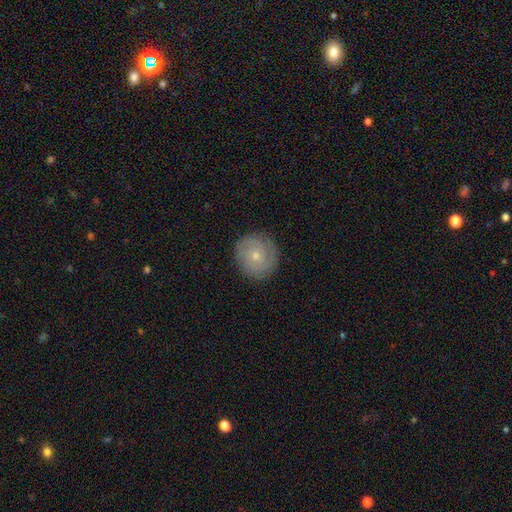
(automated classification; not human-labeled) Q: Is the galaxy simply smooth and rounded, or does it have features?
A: featured or disk — 56%.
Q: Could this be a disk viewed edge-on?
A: no — 97%.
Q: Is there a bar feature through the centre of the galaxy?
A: no — 81%.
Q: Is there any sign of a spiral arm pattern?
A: yes — 84%.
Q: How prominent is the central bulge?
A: small — 64%.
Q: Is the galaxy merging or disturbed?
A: none — 86%.